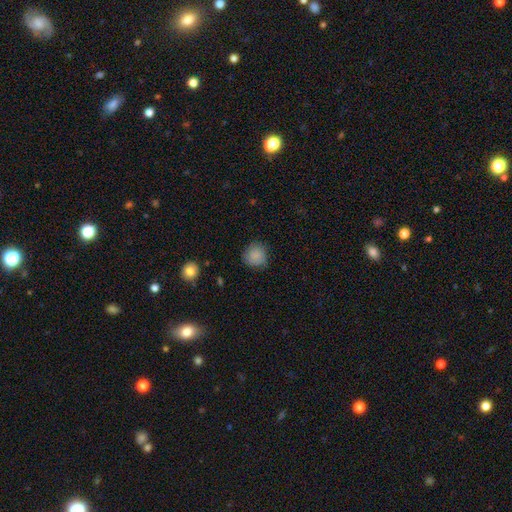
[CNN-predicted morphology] Q: Smooth or featured?
A: smooth (86%); runner-up: star or artifact (8%)
Q: How rounded?
A: round (89%); runner-up: in between (10%)
Q: Merging?
A: none (77%); runner-up: minor disturbance (18%)